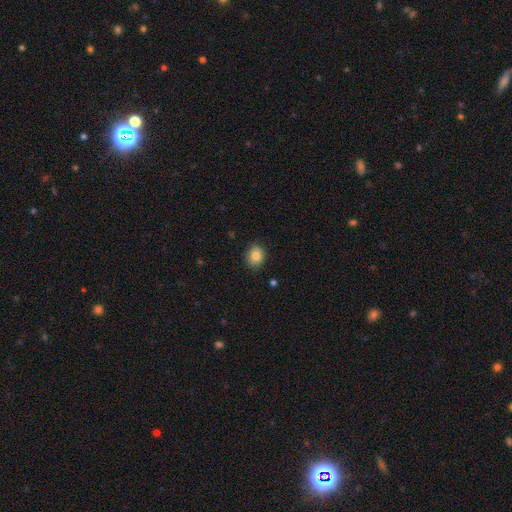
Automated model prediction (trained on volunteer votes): A smooth galaxy with no disk features (84%) that is round (55%). Merging: none (87%).